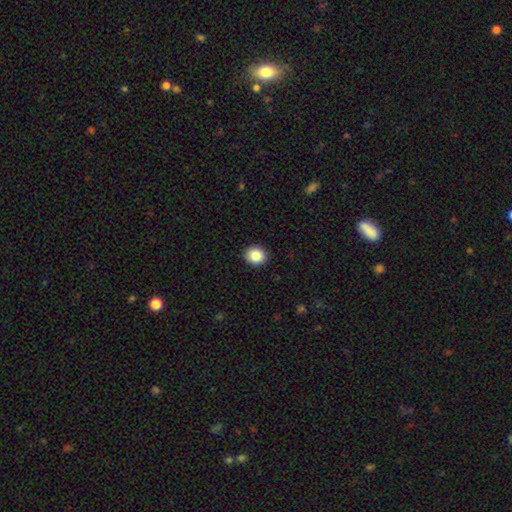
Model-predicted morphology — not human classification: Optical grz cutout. It shows a smooth galaxy with no disk features (87%) that is round (81%). Merging: none (92%).